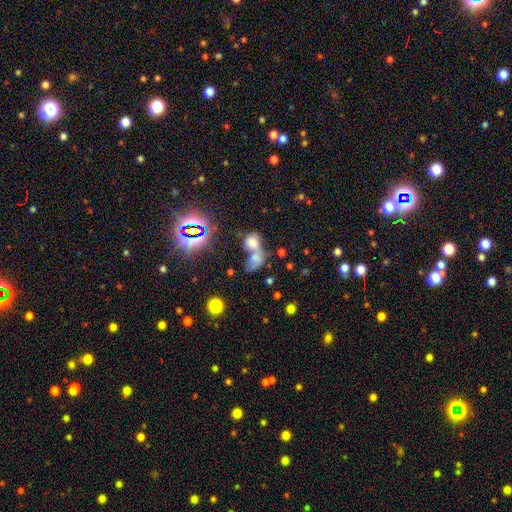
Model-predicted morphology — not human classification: Smooth or featured? smooth (61%)
How rounded? in between (67%)
Merging? merger (66%)